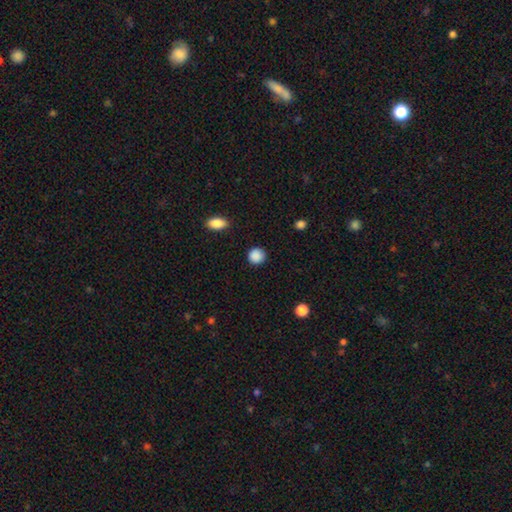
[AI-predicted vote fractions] Smooth or featured? smooth (89%)
How rounded? round (92%)
Merging? none (89%)